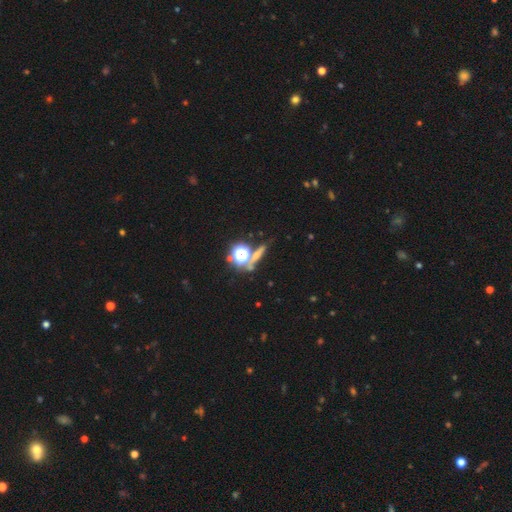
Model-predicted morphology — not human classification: A star or artifact, not a galaxy (40%).

Vote fractions:
- Smooth or featured? star or artifact: 40% / smooth: 37% / featured or disk: 23%